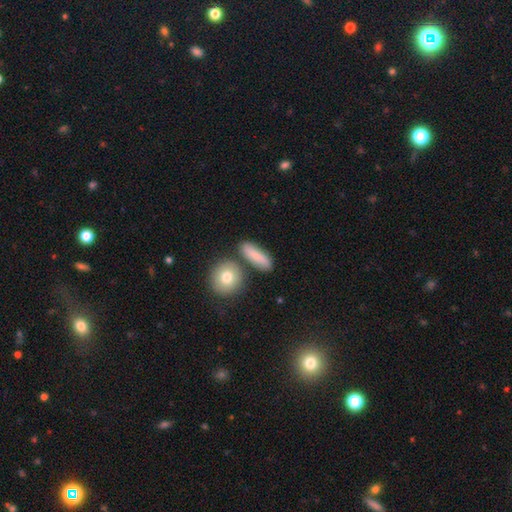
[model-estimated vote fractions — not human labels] Overall: smooth (81%). How rounded: in between (49%; cigar-shaped 40%). Merging: none (76%).